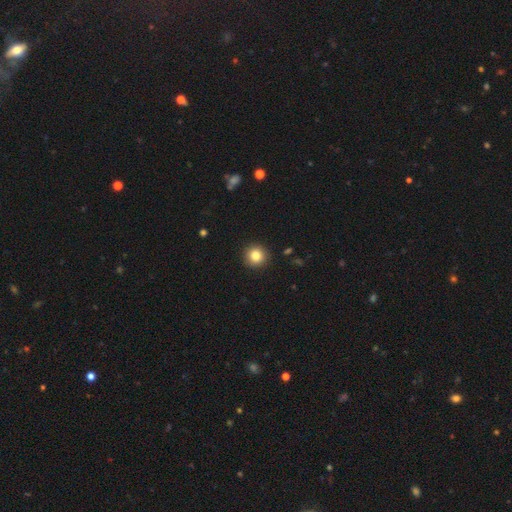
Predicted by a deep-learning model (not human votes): smooth 83%, star or artifact 11%, featured or disk 7%. Down the decision tree: how rounded — round (94%); merging — none (92%).